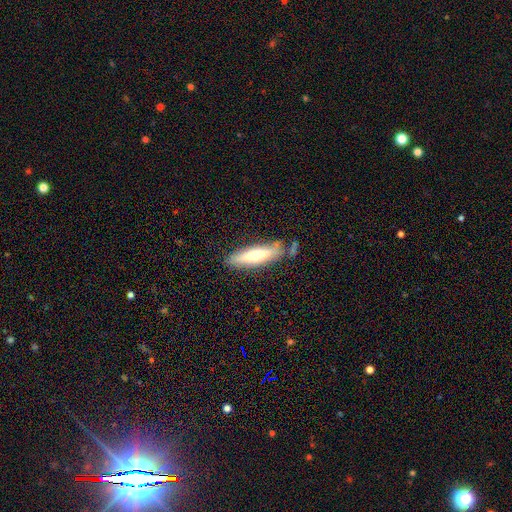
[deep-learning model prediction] Smooth or featured? smooth (53%)
How rounded? cigar-shaped (68%)
Merging? none (76%)